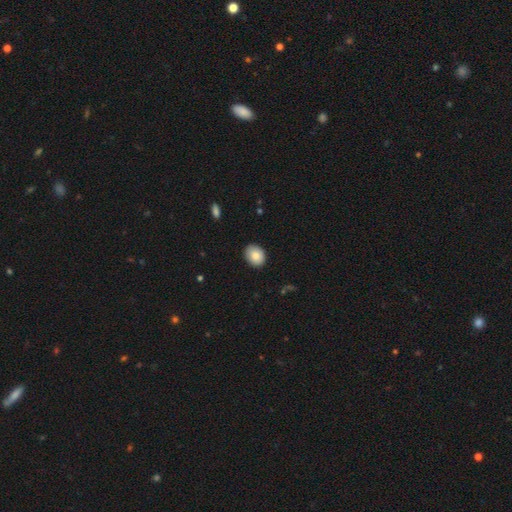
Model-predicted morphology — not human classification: Smooth or featured: smooth — 85% (star or artifact — 7%)
How rounded: in between — 57% (round — 42%)
Merging: none — 87% (minor disturbance — 10%)